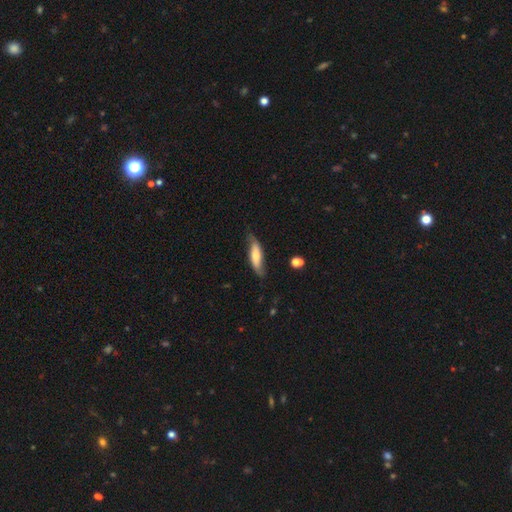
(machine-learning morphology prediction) smooth 57%, featured or disk 37%, star or artifact 6%. Down the decision tree: how rounded — cigar-shaped (57%); merging — none (66%).